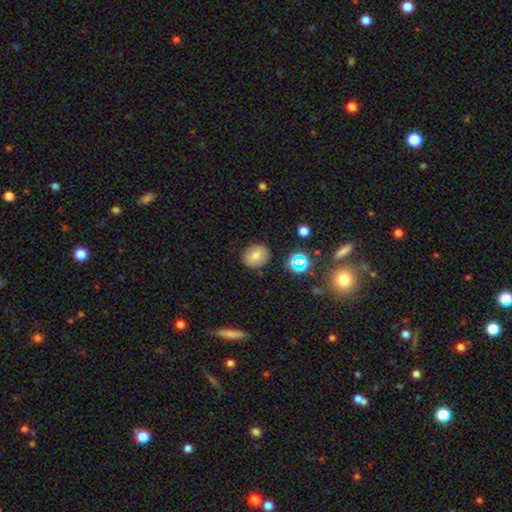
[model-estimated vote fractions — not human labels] Smooth or featured: smooth — 74% (featured or disk — 13%)
How rounded: round — 63% (in between — 36%)
Merging: none — 85% (minor disturbance — 10%)